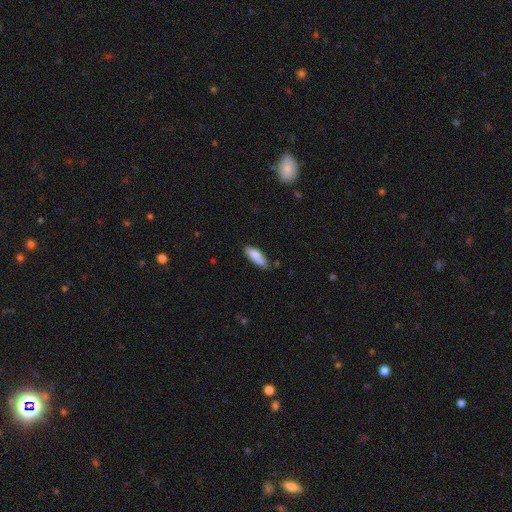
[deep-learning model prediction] smooth 83%, featured or disk 11%, star or artifact 6%. Down the decision tree: how rounded — in between (62%); merging — none (75%).